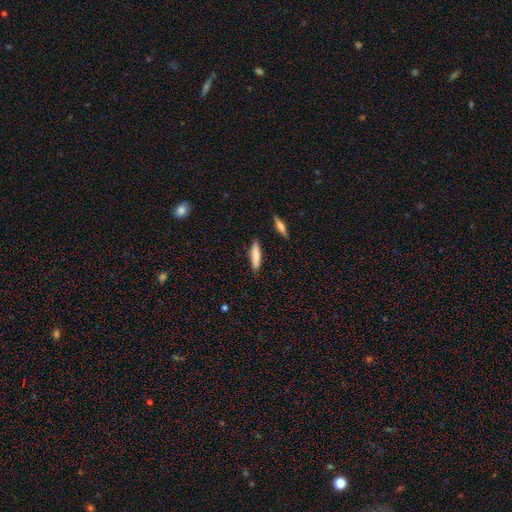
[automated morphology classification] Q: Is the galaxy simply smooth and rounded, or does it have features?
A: smooth — 81%.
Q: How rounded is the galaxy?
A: cigar-shaped — 74%.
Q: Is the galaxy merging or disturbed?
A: none — 87%.